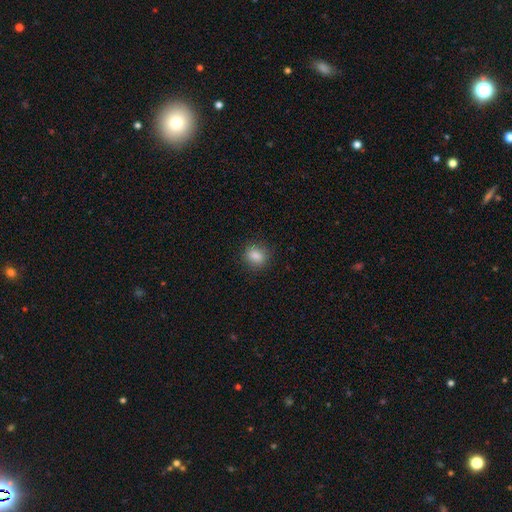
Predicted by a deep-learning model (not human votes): A smooth galaxy with no disk features (85%) that is round (57%). Merging: none (85%).